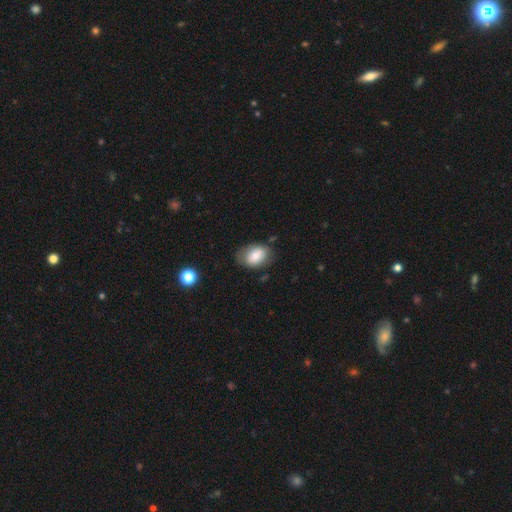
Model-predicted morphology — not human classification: A smooth galaxy with no disk features (72%) that is in between round and cigar-shaped (80%).

Vote fractions:
- Smooth or featured? smooth: 72% / featured or disk: 21% / star or artifact: 8%
- How rounded? in between: 80% / round: 19% / cigar-shaped: 1%
- Merging? none: 69% / minor disturbance: 21% / major disturbance: 7% / merger: 2%